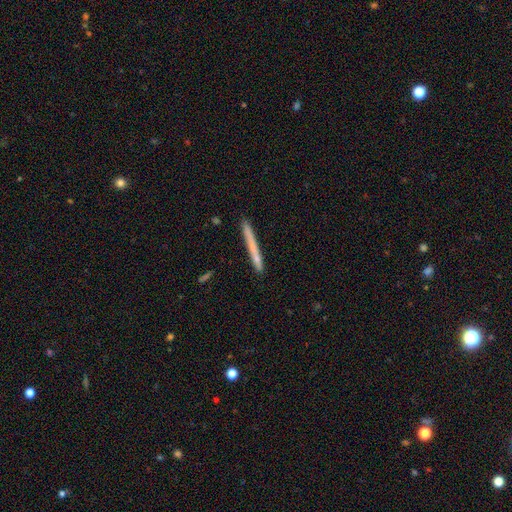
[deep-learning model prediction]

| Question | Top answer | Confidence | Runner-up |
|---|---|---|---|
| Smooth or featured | smooth | 63% | featured or disk (31%) |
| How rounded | cigar-shaped | 97% | in between (2%) |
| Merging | none | 86% | minor disturbance (10%) |